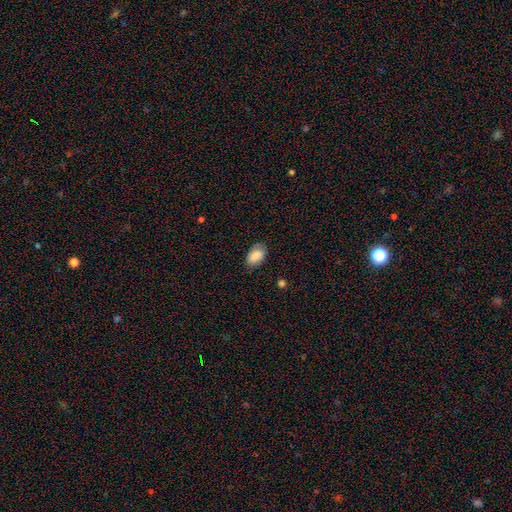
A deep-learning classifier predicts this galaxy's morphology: This is clearly a smooth galaxy (85%). How rounded: clearly in between (93%). Merging: likely none (77%).